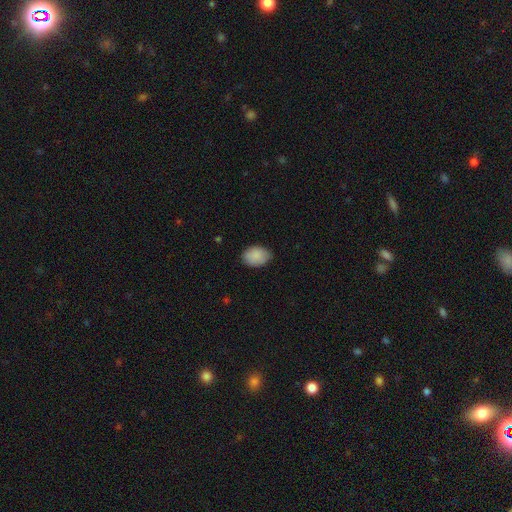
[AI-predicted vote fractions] Smooth or featured: smooth — 89% (star or artifact — 7%)
How rounded: in between — 79% (round — 20%)
Merging: none — 81% (minor disturbance — 16%)